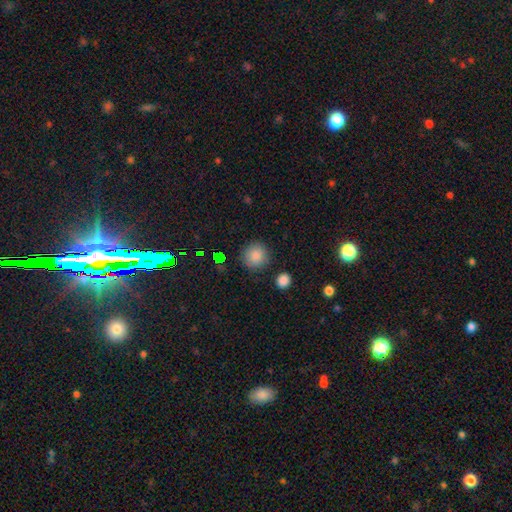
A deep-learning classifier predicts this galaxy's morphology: smooth 85%, star or artifact 10%, featured or disk 5%. Down the decision tree: how rounded — round (93%); merging — none (87%).